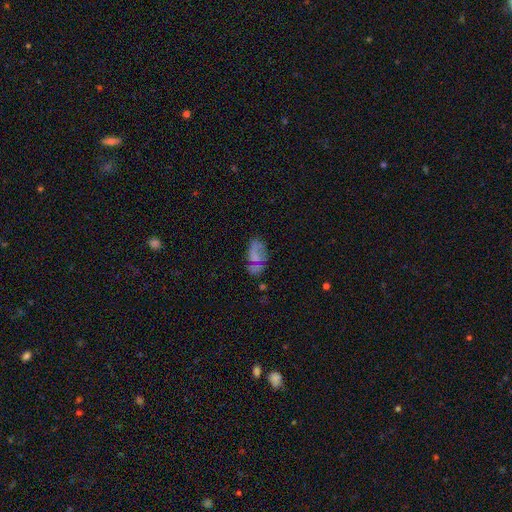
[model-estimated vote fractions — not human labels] The model was most divided on "smooth or featured": smooth: 49%, featured or disk: 35%, star or artifact: 16%. Remaining: merging — none (43%).